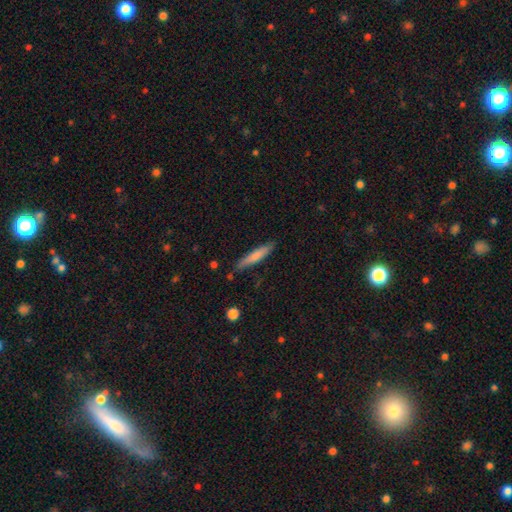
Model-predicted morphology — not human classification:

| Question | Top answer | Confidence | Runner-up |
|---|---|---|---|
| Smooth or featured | smooth | 71% | featured or disk (23%) |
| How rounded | cigar-shaped | 90% | in between (9%) |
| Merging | none | 81% | minor disturbance (14%) |